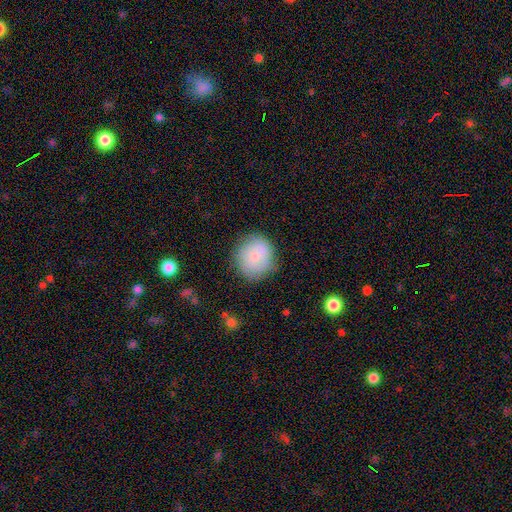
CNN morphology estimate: smooth 66%, featured or disk 26%, star or artifact 8%. Down the decision tree: how rounded — round (89%); merging — none (79%).